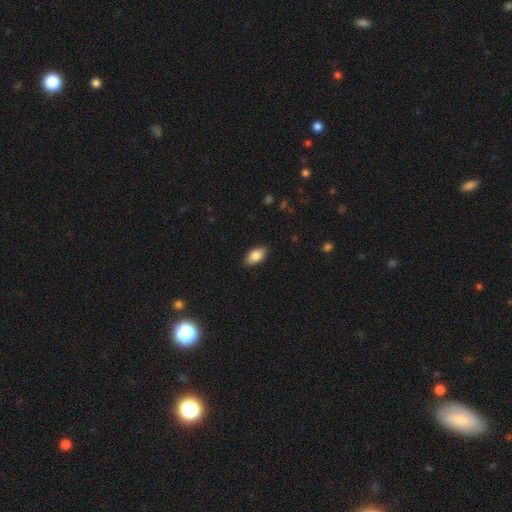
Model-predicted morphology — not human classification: This appears to be a smooth galaxy with no disk features (84%) that is in between round and cigar-shaped (92%). Merging: none (87%).